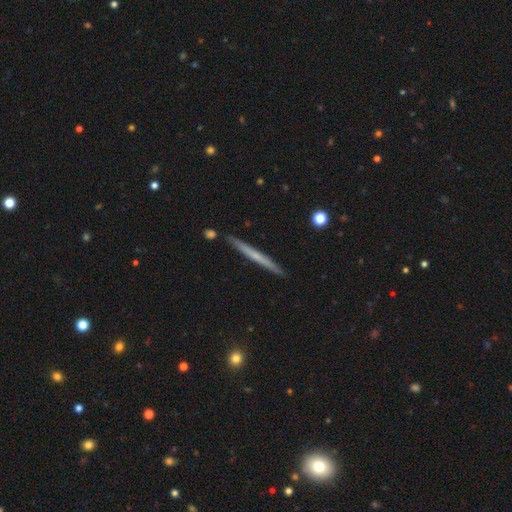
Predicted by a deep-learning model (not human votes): This is possibly a featured or disk galaxy (52%). It is clearly viewed edge-on (97%). Edge-on bulge: likely none (75%). Merging: clearly none (89%).